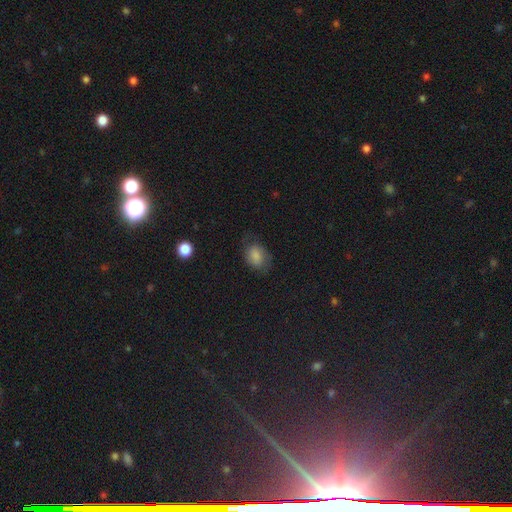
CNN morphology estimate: Overall: smooth (73%). How rounded: in between (66%; round 33%). Merging: none (62%; minor disturbance 25%).